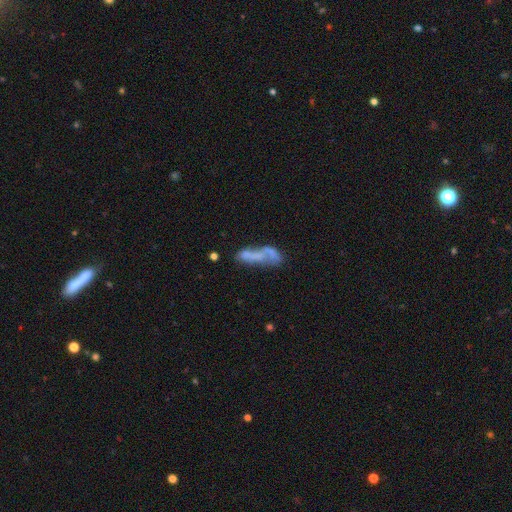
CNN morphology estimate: smooth_or_featured: featured or disk (p=0.45) [alt: smooth p=0.43]
merging: merger (p=0.34) [alt: none p=0.27]